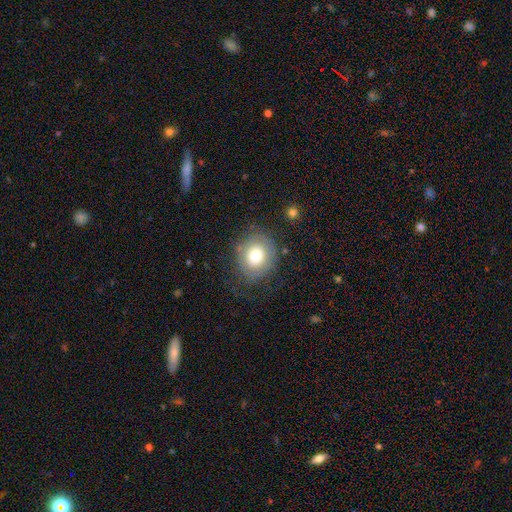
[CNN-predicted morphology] The model was most divided on "smooth or featured": smooth: 67%, featured or disk: 23%, star or artifact: 10%. More confident: how rounded — round (72%); merging — none (70%).